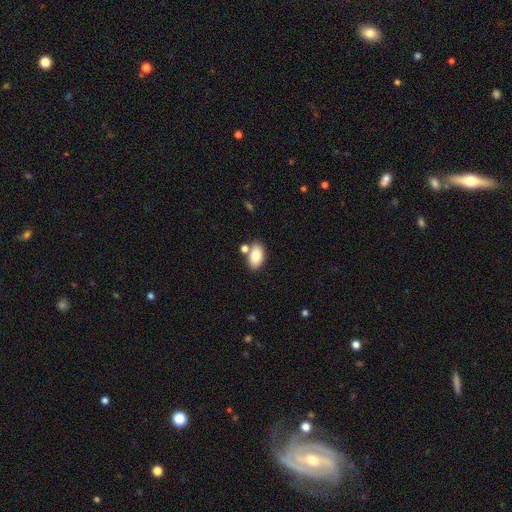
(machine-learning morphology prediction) smooth 80%, featured or disk 12%, star or artifact 7%. Down the decision tree: how rounded — in between (91%); merging — none (66%).